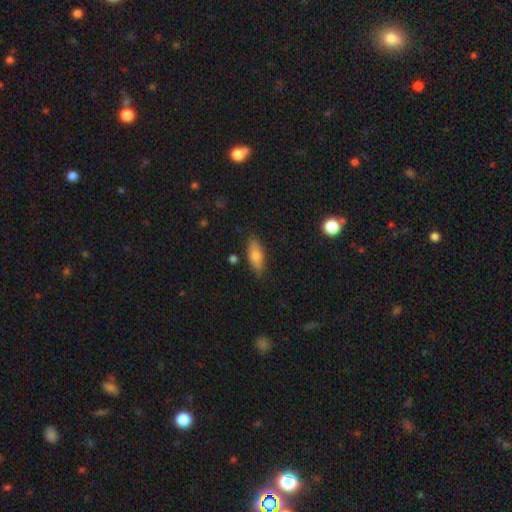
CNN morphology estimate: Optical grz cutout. It shows a smooth galaxy with no disk features (69%) that is in between round and cigar-shaped (64%). Merging: none (83%).